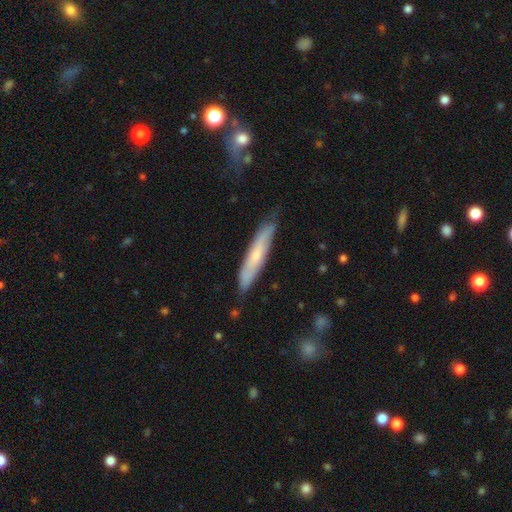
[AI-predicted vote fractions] Smooth or featured? smooth (53%)
How rounded? cigar-shaped (89%)
Merging? none (76%)